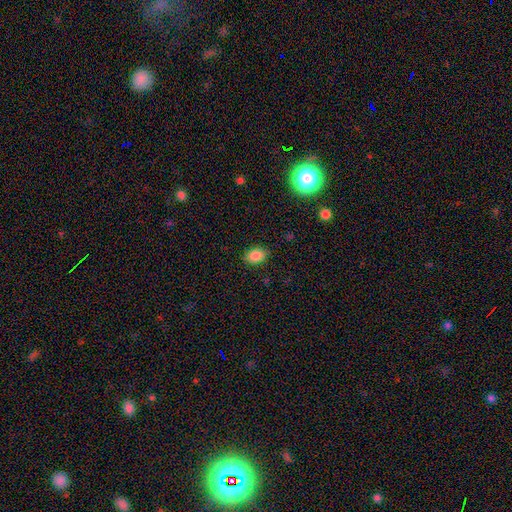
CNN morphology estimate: This is clearly a smooth galaxy (87%). How rounded: likely in between (79%). Merging: clearly none (87%).